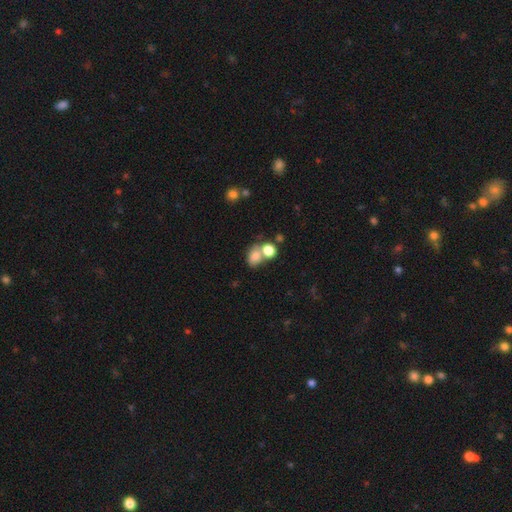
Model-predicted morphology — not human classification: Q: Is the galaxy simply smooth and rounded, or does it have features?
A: smooth — 77%.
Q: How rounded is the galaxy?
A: in between — 58%.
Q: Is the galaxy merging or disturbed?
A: merger — 45%.